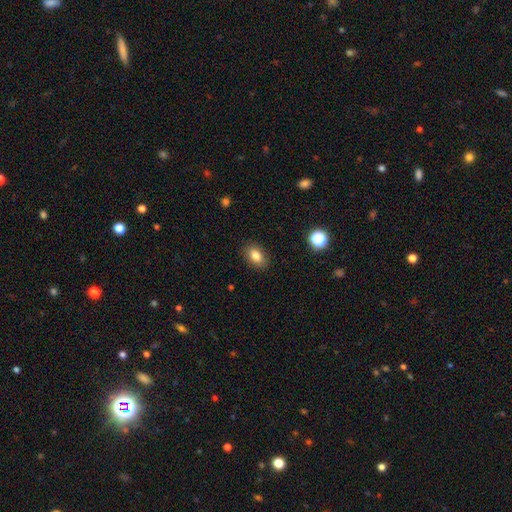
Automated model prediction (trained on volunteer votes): The model was most divided on "how rounded": in between: 86%, round: 12%, cigar-shaped: 2%. More confident: merging — none (88%); smooth or featured — smooth (83%).